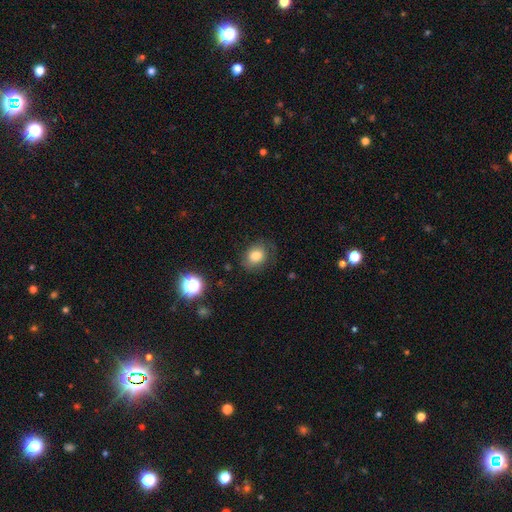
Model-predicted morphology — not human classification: Q: Smooth or featured?
A: smooth (77%); runner-up: featured or disk (12%)
Q: How rounded?
A: round (53%); runner-up: in between (46%)
Q: Merging?
A: none (73%); runner-up: minor disturbance (18%)